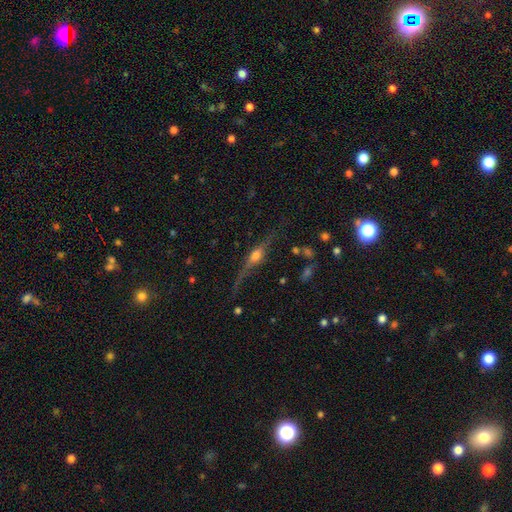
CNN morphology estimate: Smooth or featured? featured or disk (70%)
Edge-on disk? yes (87%)
Edge-on bulge? rounded (85%)
Merging? none (67%)